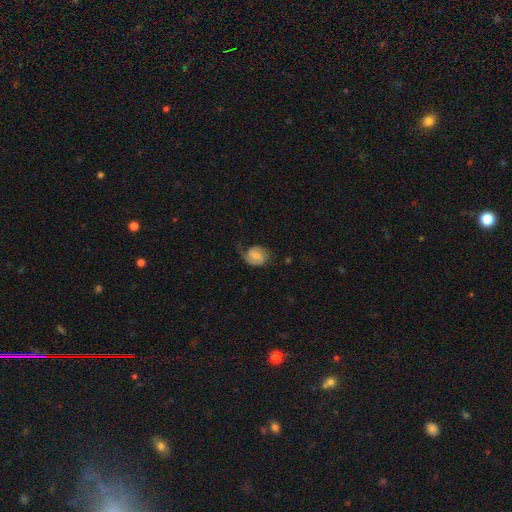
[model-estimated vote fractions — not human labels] Smooth or featured? Predicted: featured or disk (p=0.52). Edge-on disk? Predicted: no (p=0.97). Bar? Predicted: weak (p=0.49). Spiral arms? Predicted: yes (p=0.89). Bulge size? Predicted: small (p=0.41). Merging? Predicted: none (p=0.48).